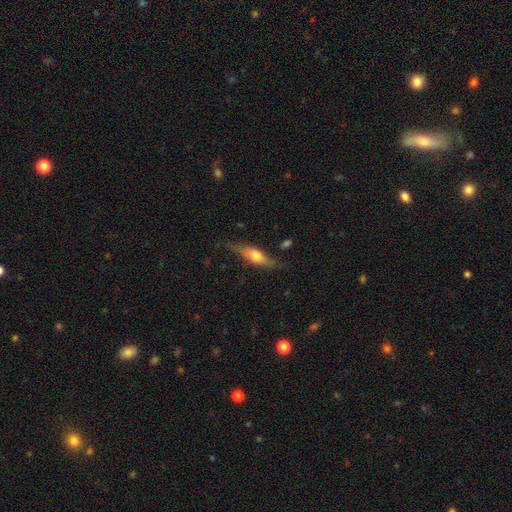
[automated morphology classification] Smooth or featured? smooth (48%)
Merging? none (71%)